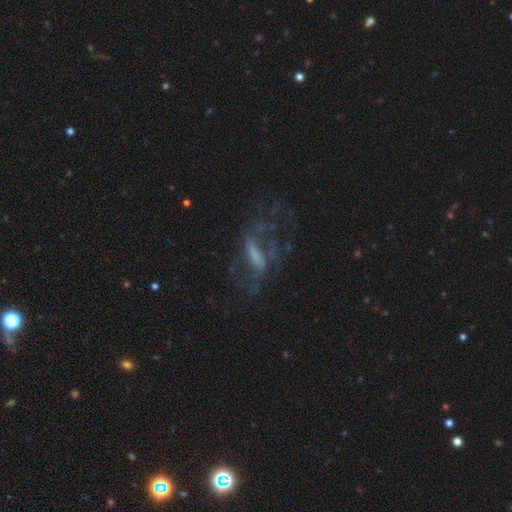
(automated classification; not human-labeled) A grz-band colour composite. It shows a featured or disk galaxy (65%) with a strong bar (40%), spiral arms (61%) and a small central bulge (32%, tied with none). Merging: none (42%).